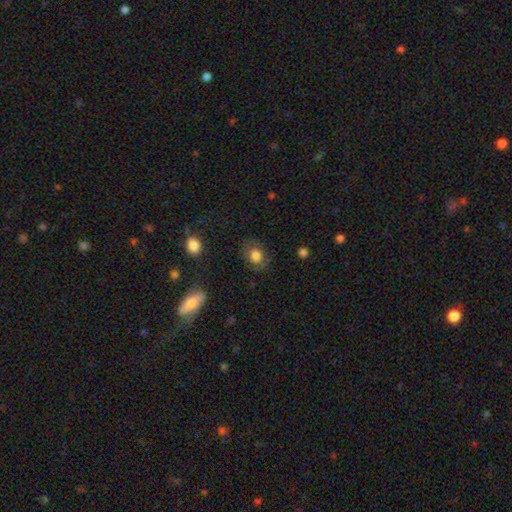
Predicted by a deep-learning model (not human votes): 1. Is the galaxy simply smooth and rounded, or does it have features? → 77% smooth, 13% featured or disk, 10% star or artifact.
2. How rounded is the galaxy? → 57% in between, 41% round, 1% cigar-shaped.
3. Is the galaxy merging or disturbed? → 77% none, 15% minor disturbance, 6% major disturbance, 2% merger.